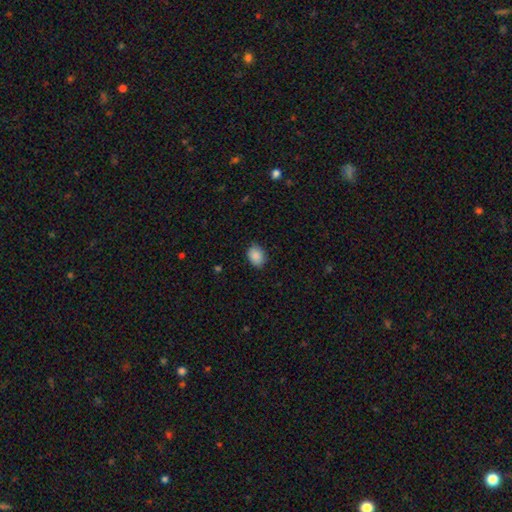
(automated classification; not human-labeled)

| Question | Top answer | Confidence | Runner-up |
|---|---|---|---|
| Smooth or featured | smooth | 89% | star or artifact (7%) |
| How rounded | in between | 69% | round (30%) |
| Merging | none | 85% | minor disturbance (11%) |